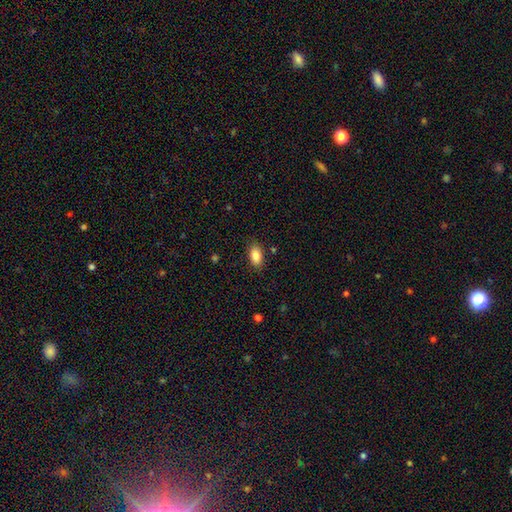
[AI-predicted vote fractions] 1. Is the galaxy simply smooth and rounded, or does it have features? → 86% smooth, 8% star or artifact, 7% featured or disk.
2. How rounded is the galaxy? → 91% in between, 7% round, 3% cigar-shaped.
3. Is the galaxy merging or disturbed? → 87% none, 10% minor disturbance, 2% major disturbance, 1% merger.